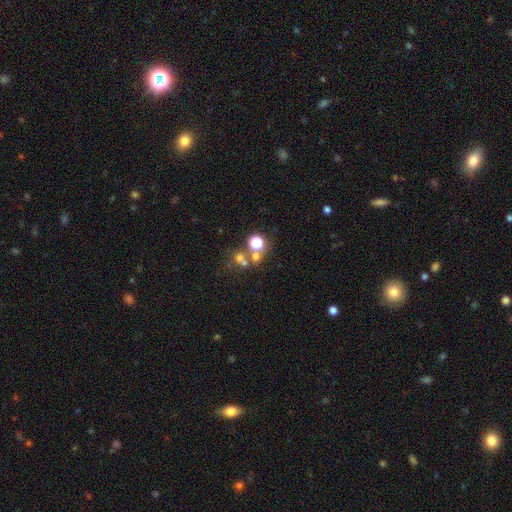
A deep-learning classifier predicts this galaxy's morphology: Q: Smooth or featured?
A: smooth (53%); runner-up: star or artifact (29%)
Q: How rounded?
A: round (80%); runner-up: in between (18%)
Q: Merging?
A: none (46%); runner-up: merger (40%)